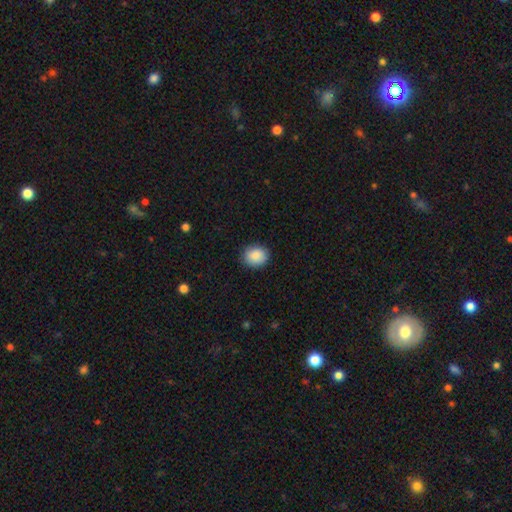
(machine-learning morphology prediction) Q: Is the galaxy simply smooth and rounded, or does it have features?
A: smooth — 88%.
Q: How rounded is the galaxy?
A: round — 70%.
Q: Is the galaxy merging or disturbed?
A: none — 87%.